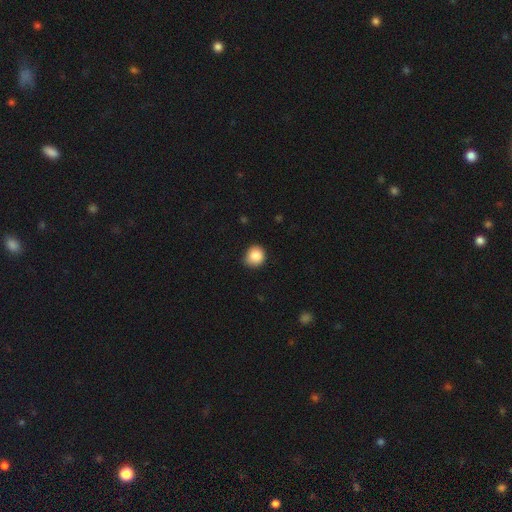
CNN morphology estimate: A smooth galaxy with no disk features (85%) that is round (84%).

Vote fractions:
- Smooth or featured? smooth: 85% / star or artifact: 9% / featured or disk: 5%
- How rounded? round: 84% / in between: 15% / cigar-shaped: 1%
- Merging? none: 77% / minor disturbance: 19% / major disturbance: 3% / merger: 1%